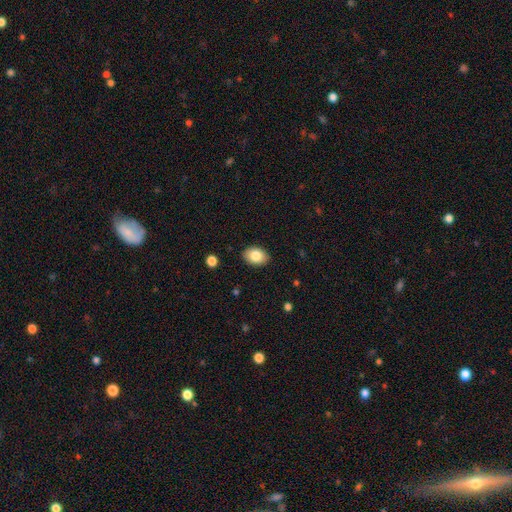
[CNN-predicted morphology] Overall: smooth (84%). How rounded: in between (83%). Merging: none (88%).